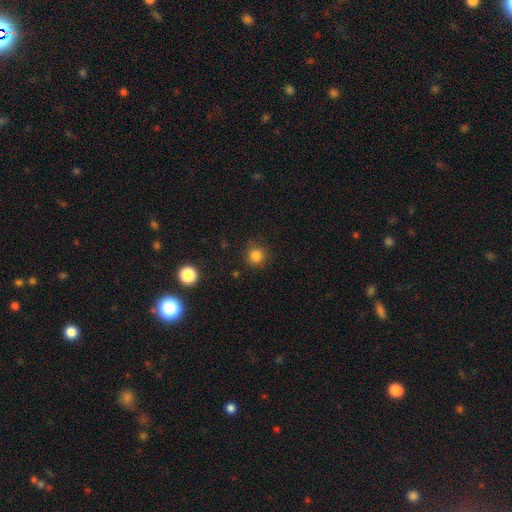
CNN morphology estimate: Smooth or featured? Predicted: smooth (p=0.83). How rounded? Predicted: round (p=0.93). Merging? Predicted: none (p=0.85).